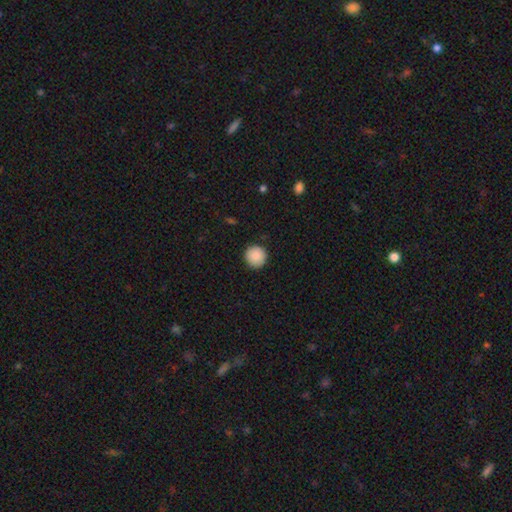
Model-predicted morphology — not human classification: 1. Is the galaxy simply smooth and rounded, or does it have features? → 89% smooth, 8% star or artifact, 4% featured or disk.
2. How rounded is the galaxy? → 95% round, 4% in between, 1% cigar-shaped.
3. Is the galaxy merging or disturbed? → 91% none, 6% minor disturbance, 2% major disturbance, 1% merger.